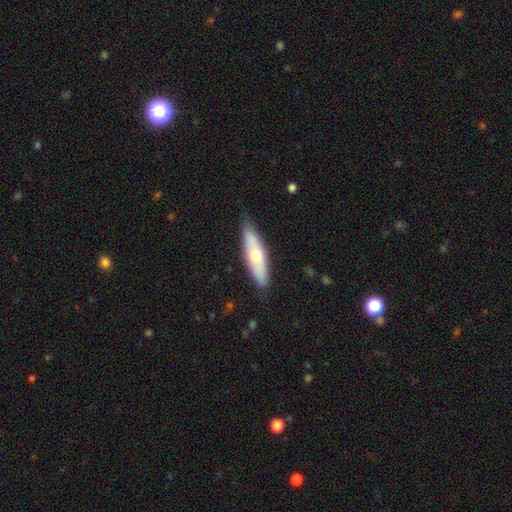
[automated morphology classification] smooth_or_featured: smooth (p=0.55) [alt: featured or disk p=0.39]
how_rounded: cigar-shaped (p=0.54) [alt: in between p=0.44]
merging: none (p=0.83) [alt: minor disturbance p=0.14]